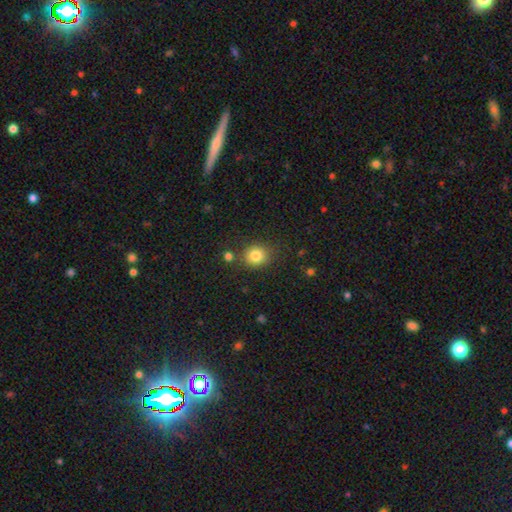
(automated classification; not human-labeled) The model was most divided on "how rounded": round: 81%, in between: 18%, cigar-shaped: 1%. More confident: smooth or featured — smooth (82%); merging — none (80%).